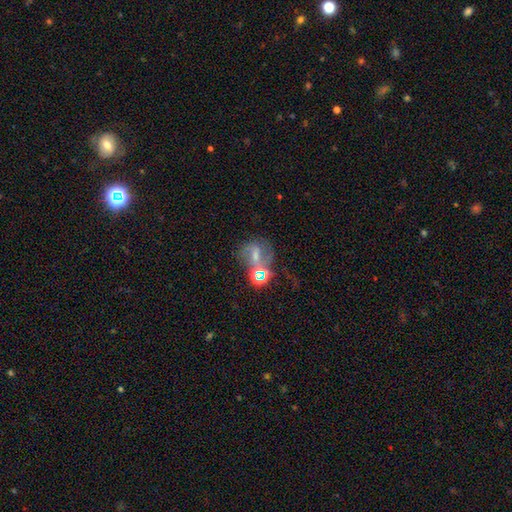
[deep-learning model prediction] smooth-or-featured: featured or disk: 51% | smooth: 26% | star or artifact: 23%
  disk-edge-on: no: 96% | yes: 4%
  merging: none: 38% | merger: 32% | major disturbance: 16% | minor disturbance: 14%